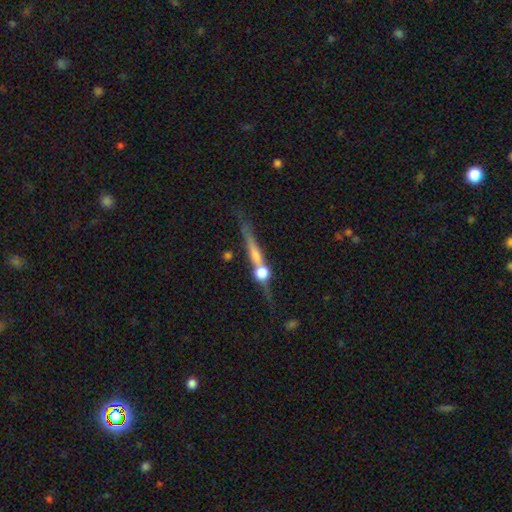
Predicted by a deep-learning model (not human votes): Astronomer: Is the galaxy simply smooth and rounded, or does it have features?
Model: featured or disk — 67%.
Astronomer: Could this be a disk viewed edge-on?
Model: yes — 94%.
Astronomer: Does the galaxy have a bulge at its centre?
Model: rounded — 76%.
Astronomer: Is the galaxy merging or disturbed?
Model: none — 67%.